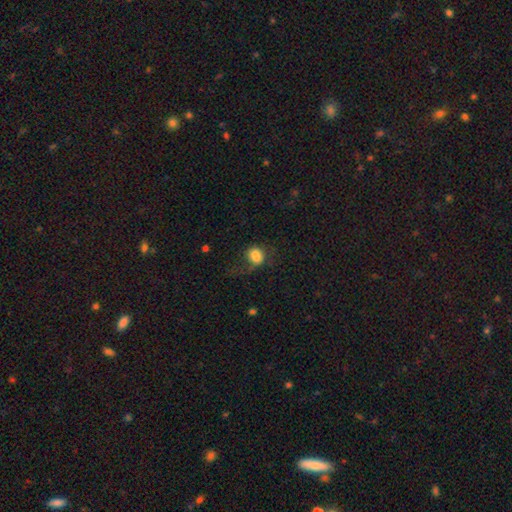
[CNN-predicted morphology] The model was most divided on "merging": major disturbance: 37%, none: 36%, minor disturbance: 23%, merger: 5%. More confident: smooth or featured — smooth (76%); how rounded — round (51%).